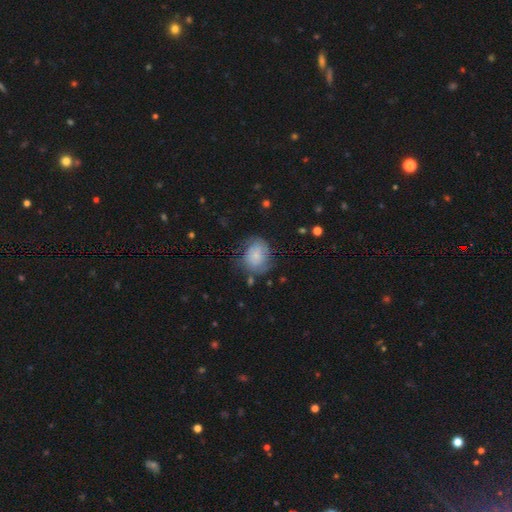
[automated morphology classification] Smooth or featured: smooth — 64% (featured or disk — 28%)
How rounded: round — 62% (in between — 37%)
Merging: none — 54% (minor disturbance — 29%)